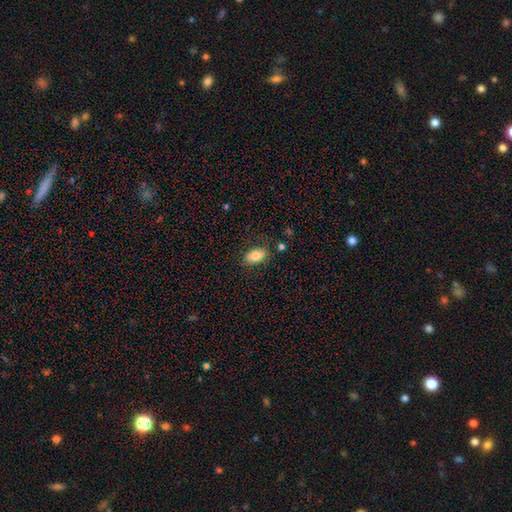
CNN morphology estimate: This is likely a smooth galaxy (76%). How rounded: clearly in between (91%). Merging: likely none (78%).